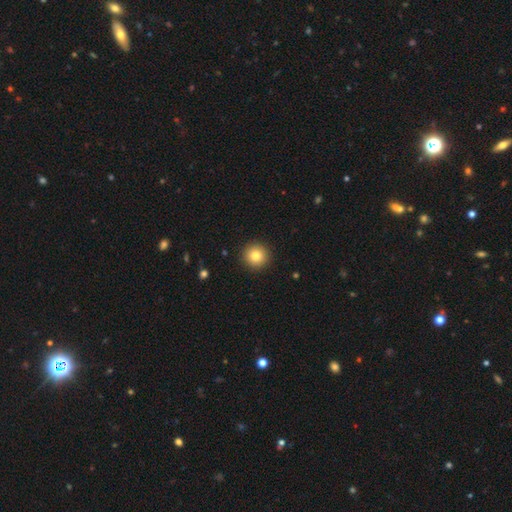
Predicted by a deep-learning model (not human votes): Smooth or featured: smooth — 82% (star or artifact — 10%)
How rounded: round — 95% (in between — 4%)
Merging: none — 92% (minor disturbance — 5%)